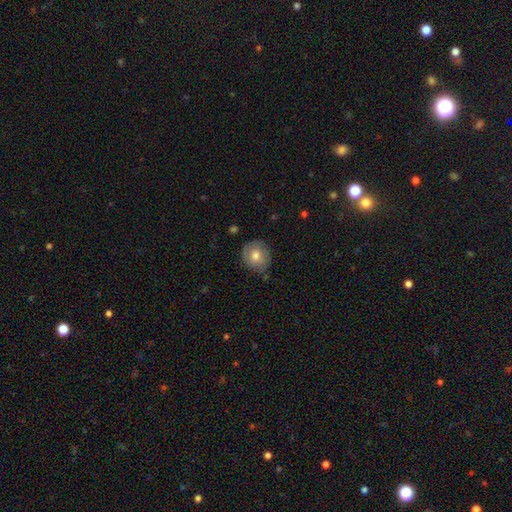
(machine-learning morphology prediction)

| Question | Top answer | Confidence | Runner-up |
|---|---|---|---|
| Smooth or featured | smooth | 66% | featured or disk (27%) |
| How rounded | round | 82% | in between (17%) |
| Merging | none | 77% | minor disturbance (18%) |